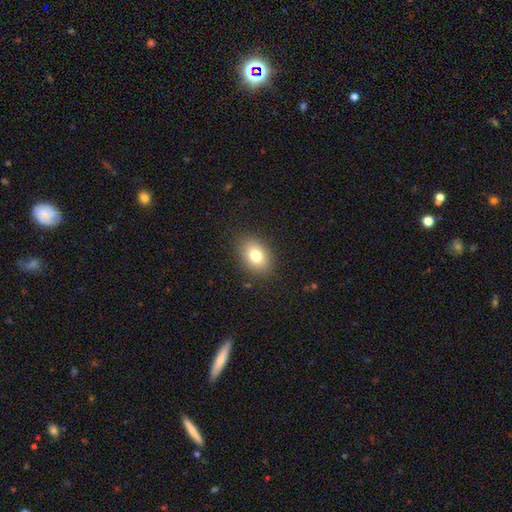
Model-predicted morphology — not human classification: smooth_or_featured: smooth (p=0.78) [alt: featured or disk p=0.12]
how_rounded: in between (p=0.78) [alt: round p=0.20]
merging: none (p=0.86) [alt: minor disturbance p=0.10]